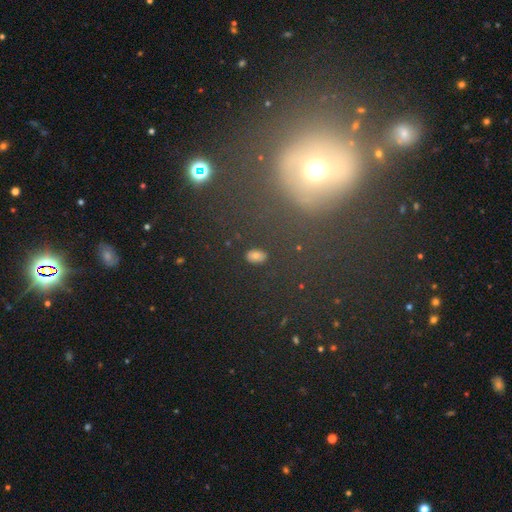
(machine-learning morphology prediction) Q: Smooth or featured?
A: smooth (65%); runner-up: star or artifact (25%)
Q: How rounded?
A: in between (85%); runner-up: round (12%)
Q: Merging?
A: none (83%); runner-up: minor disturbance (10%)